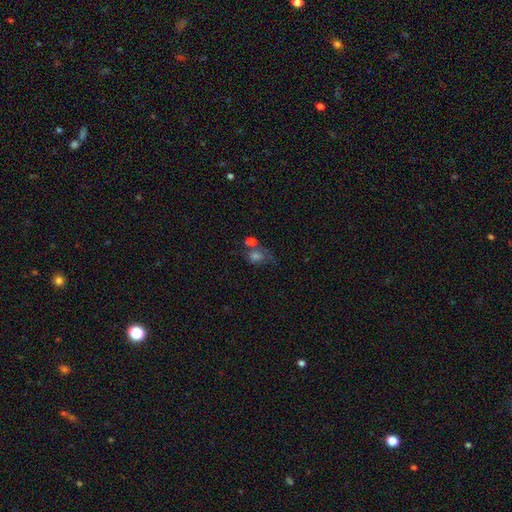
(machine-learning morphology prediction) A smooth galaxy with no disk features (55%) that is in between round and cigar-shaped (61%). Merging: none (34%).